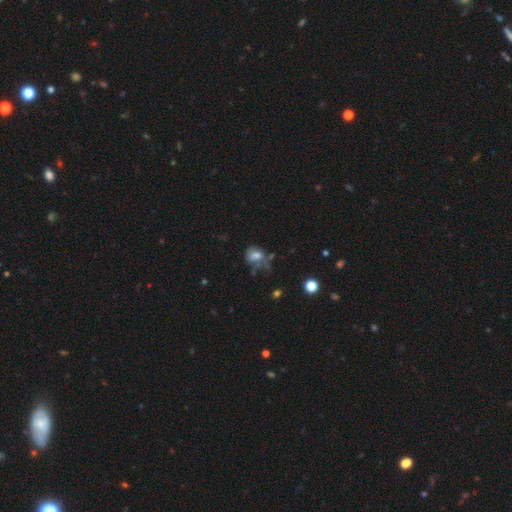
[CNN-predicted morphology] Overall: smooth (60%; featured or disk 26%). How rounded: in between (59%; round 40%). Merging: major disturbance (34%; none 29%).